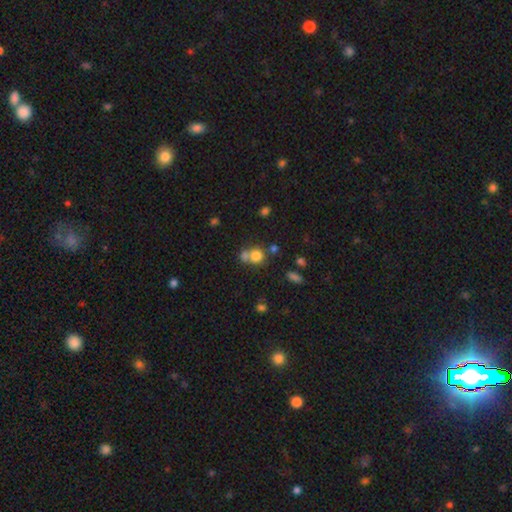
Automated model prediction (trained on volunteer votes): This appears to be a smooth galaxy with no disk features (77%) that is round (83%). Merging: none (45%).